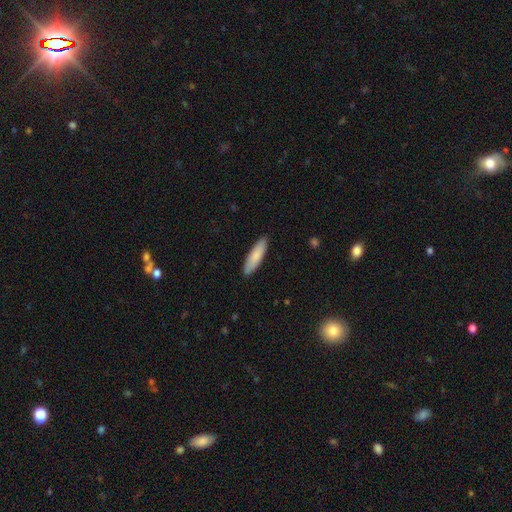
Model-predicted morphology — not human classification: smooth_or_featured: smooth (p=0.84) [alt: featured or disk p=0.11]
how_rounded: cigar-shaped (p=0.62) [alt: in between p=0.37]
merging: none (p=0.89) [alt: minor disturbance p=0.08]